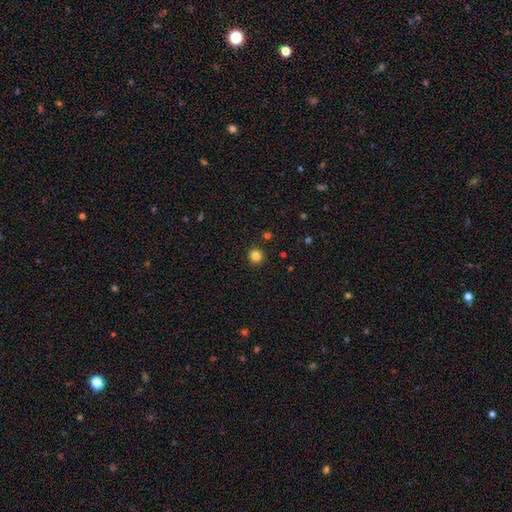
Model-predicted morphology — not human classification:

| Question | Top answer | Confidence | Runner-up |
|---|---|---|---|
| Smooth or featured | smooth | 83% | star or artifact (13%) |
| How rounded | round | 94% | in between (5%) |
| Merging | none | 92% | minor disturbance (5%) |